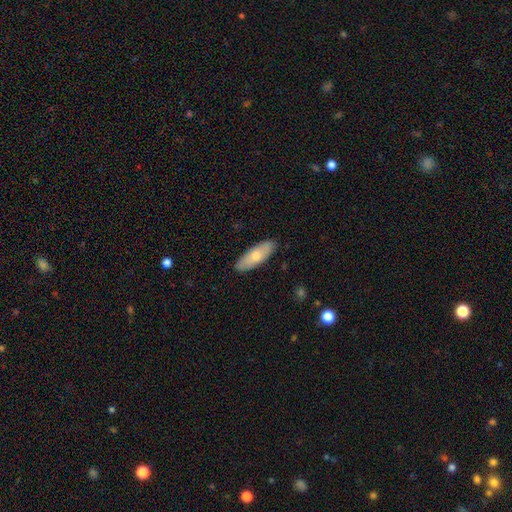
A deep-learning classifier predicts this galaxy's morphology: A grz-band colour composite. It shows a smooth galaxy with no disk features (69%) that is in between round and cigar-shaped (67%). Merging: none (88%).